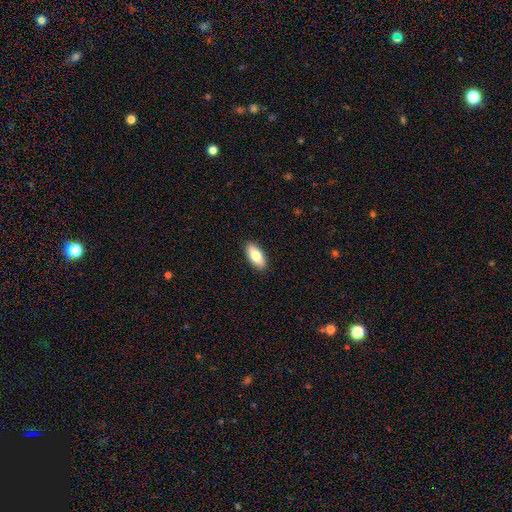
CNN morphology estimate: Overall: smooth (79%). How rounded: in between (89%). Merging: none (90%).